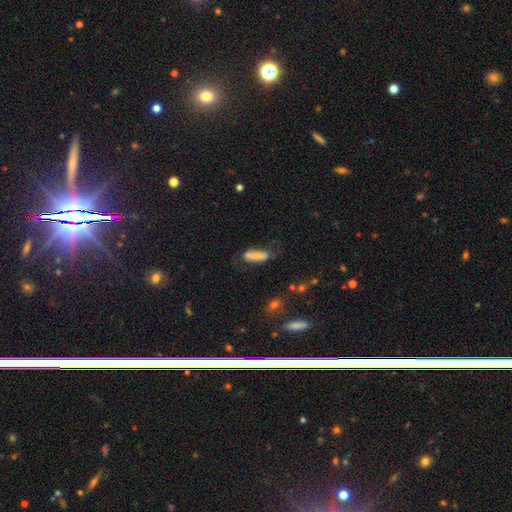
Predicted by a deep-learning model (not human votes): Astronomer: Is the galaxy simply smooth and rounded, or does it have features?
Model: smooth — 71%.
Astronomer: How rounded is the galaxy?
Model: cigar-shaped — 49% (runner-up: in between, 48%).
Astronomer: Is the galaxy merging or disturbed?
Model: none — 49% (runner-up: minor disturbance, 27%).